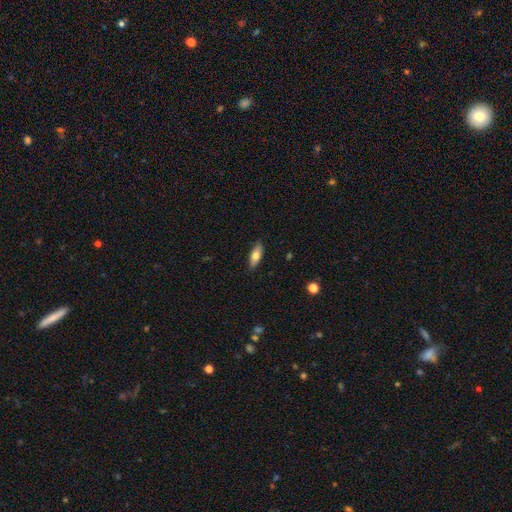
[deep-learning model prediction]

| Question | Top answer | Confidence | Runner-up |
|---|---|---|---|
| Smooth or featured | smooth | 69% | featured or disk (25%) |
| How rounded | in between | 66% | cigar-shaped (31%) |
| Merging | none | 86% | minor disturbance (11%) |